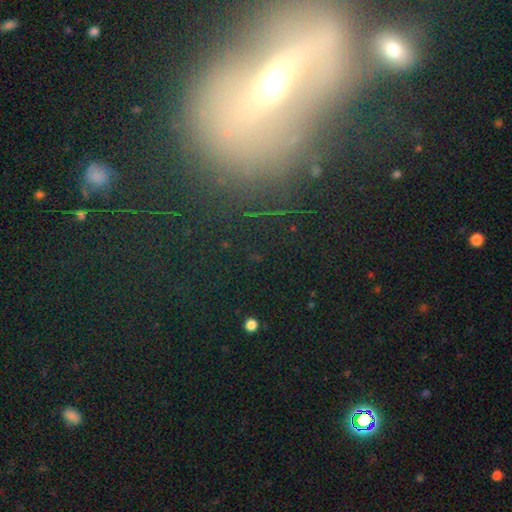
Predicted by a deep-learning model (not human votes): Overall: featured or disk (42%; smooth 31%). Merging: none (53%; major disturbance 18%).